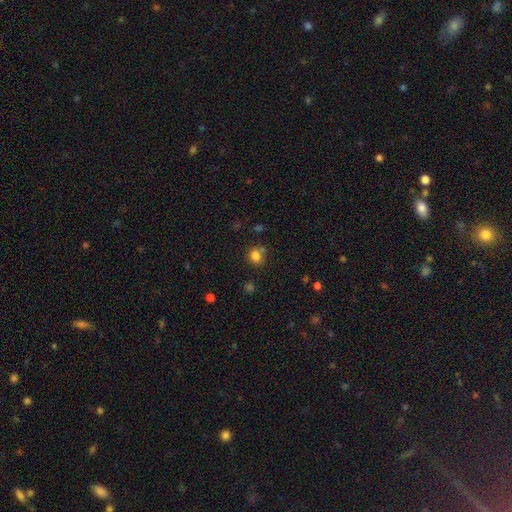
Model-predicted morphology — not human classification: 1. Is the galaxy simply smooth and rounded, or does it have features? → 80% smooth, 14% star or artifact, 6% featured or disk.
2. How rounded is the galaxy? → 78% round, 22% in between, 1% cigar-shaped.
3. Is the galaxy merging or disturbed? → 69% none, 14% merger, 12% minor disturbance, 4% major disturbance.